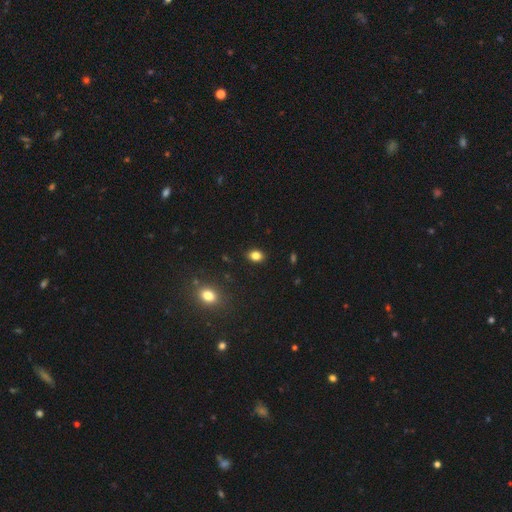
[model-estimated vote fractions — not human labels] Overall: smooth (83%). How rounded: in between (67%; round 31%). Merging: none (89%).